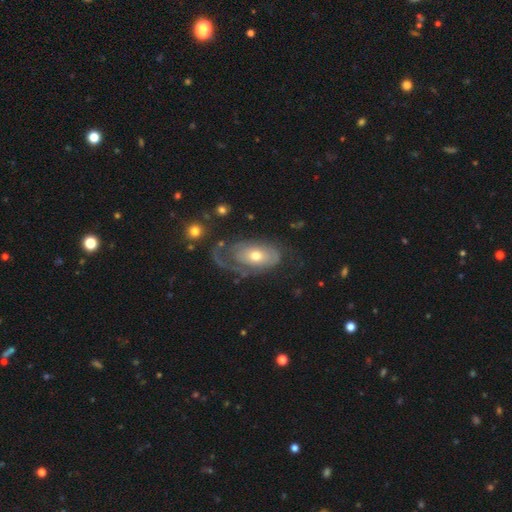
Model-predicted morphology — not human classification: Smooth or featured? Predicted: featured or disk (p=0.68). Edge-on disk? Predicted: no (p=0.93). Bar? Predicted: no (p=0.82). Spiral arms? Predicted: yes (p=0.68). Bulge size? Predicted: moderate (p=0.60). Merging? Predicted: none (p=0.42).